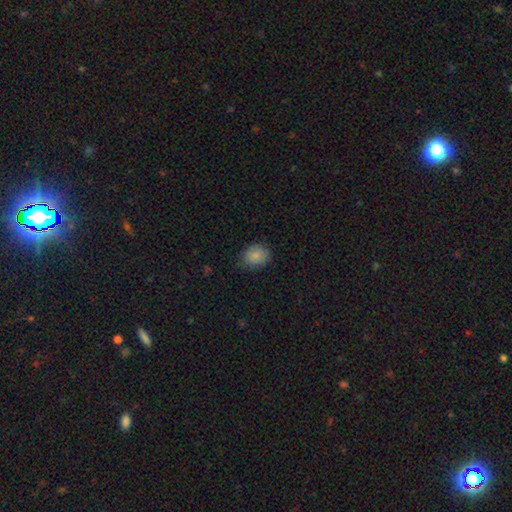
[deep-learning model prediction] This is clearly a smooth galaxy (85%). How rounded: possibly round (51%). Merging: likely none (75%).